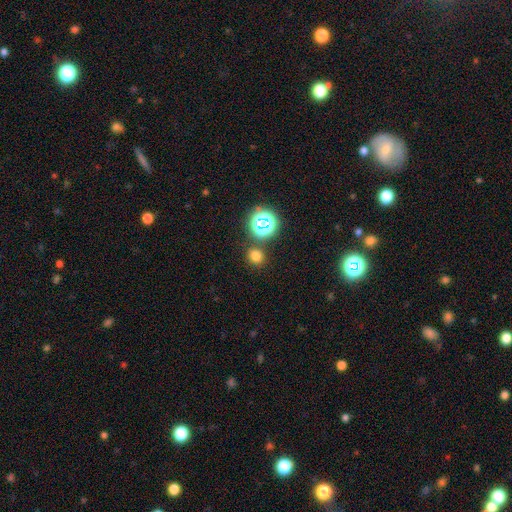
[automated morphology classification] Smooth or featured: smooth — 71% (star or artifact — 23%)
How rounded: round — 84% (in between — 15%)
Merging: none — 83% (minor disturbance — 7%)